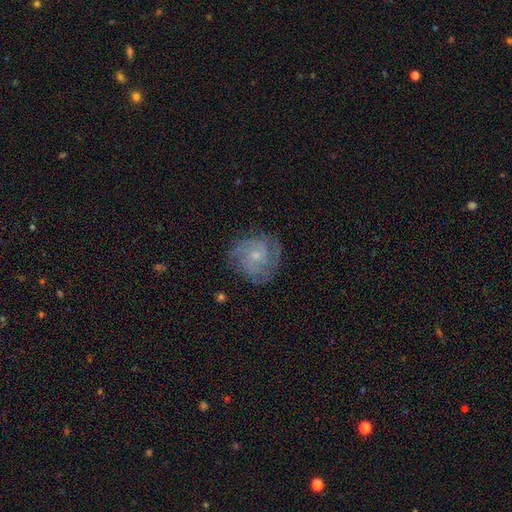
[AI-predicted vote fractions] This is likely a featured or disk galaxy (75%). It is clearly not viewed edge-on (98%). Bar: likely no (75%). Spiral arm pattern: clearly yes (93%). Spiral arm count: marginally can't tell (31%). Spiral winding: possibly tight (57%). Central bulge: likely small (71%). Merging: likely none (75%).